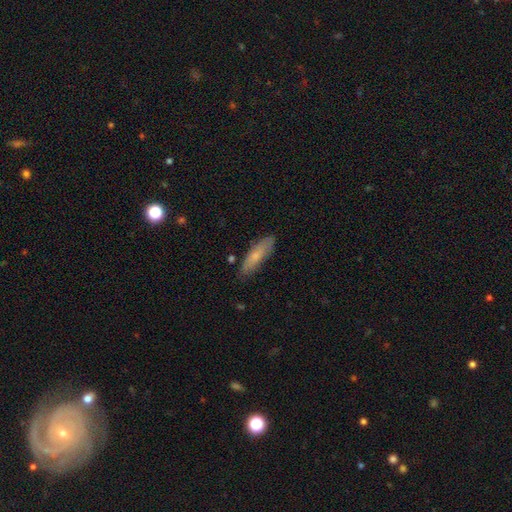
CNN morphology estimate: Smooth or featured?
  - smooth: 66% *
  - featured or disk: 27%
  - star or artifact: 6%
How rounded?
  - cigar-shaped: 57% *
  - in between: 41%
  - round: 2%
Merging?
  - none: 81% *
  - minor disturbance: 15%
  - major disturbance: 3%
  - merger: 2%